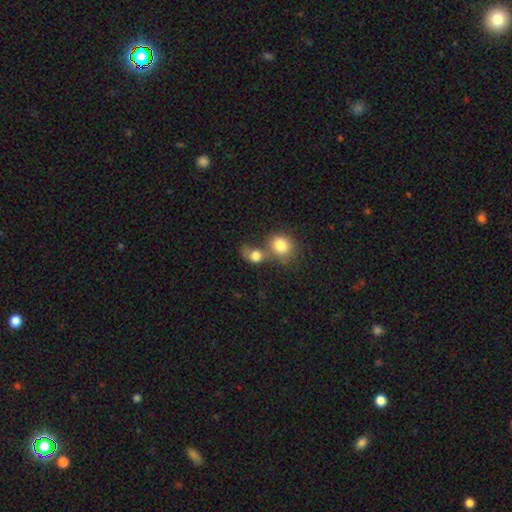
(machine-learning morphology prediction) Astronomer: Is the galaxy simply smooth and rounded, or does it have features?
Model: smooth — 79%.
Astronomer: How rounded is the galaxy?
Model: round — 59% (runner-up: in between, 40%).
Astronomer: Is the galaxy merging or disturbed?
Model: merger — 56%.